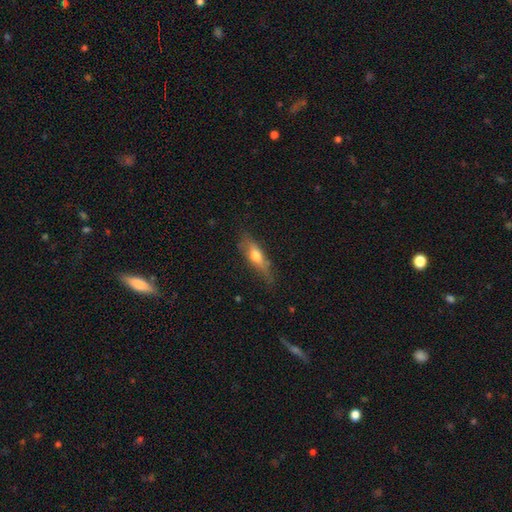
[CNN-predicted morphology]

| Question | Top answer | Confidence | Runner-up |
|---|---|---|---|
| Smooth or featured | smooth | 54% | featured or disk (39%) |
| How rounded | cigar-shaped | 56% | in between (41%) |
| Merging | none | 66% | minor disturbance (25%) |